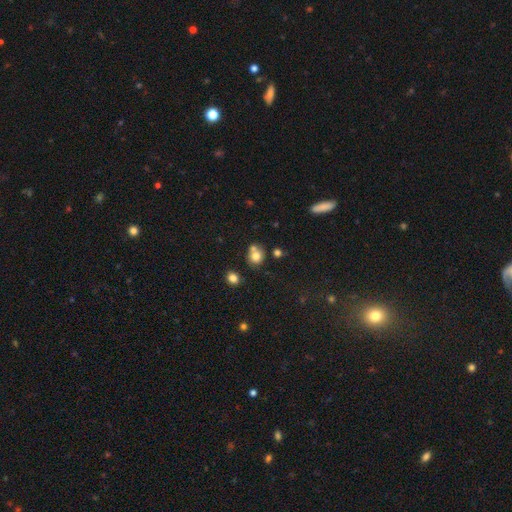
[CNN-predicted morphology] A smooth galaxy with no disk features (77%) that is round (79%).

Vote fractions:
- Smooth or featured? smooth: 77% / star or artifact: 12% / featured or disk: 11%
- How rounded? round: 79% / in between: 20% / cigar-shaped: 1%
- Merging? none: 53% / merger: 32% / minor disturbance: 11% / major disturbance: 4%